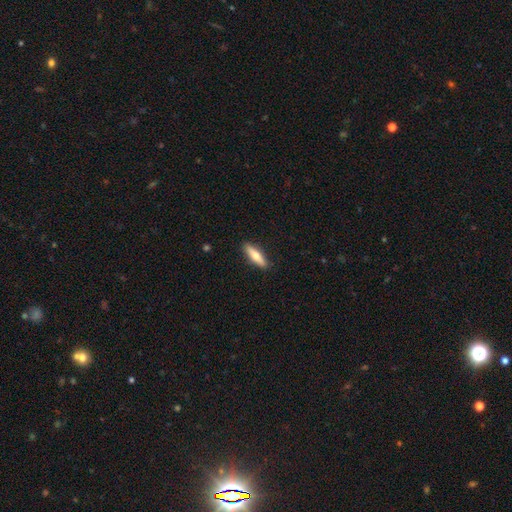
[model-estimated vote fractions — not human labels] A smooth galaxy with no disk features (63%) that is cigar-shaped (70%).

Vote fractions:
- Smooth or featured? smooth: 63% / featured or disk: 32% / star or artifact: 5%
- How rounded? cigar-shaped: 70% / in between: 28% / round: 2%
- Merging? none: 90% / minor disturbance: 7% / major disturbance: 2% / merger: 1%